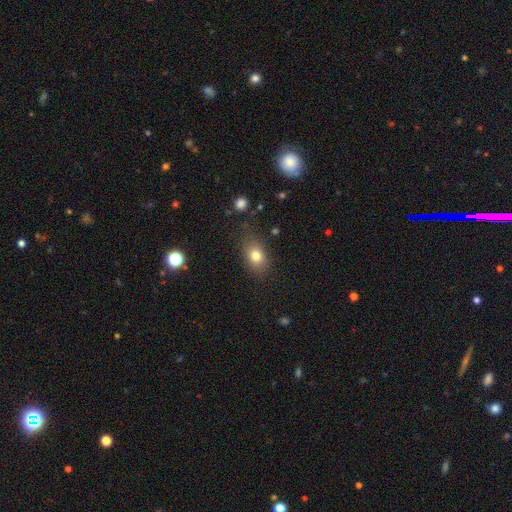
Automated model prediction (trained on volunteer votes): Morphology: type=smooth (78%); roundness=in between (72%); merging=none (77%).